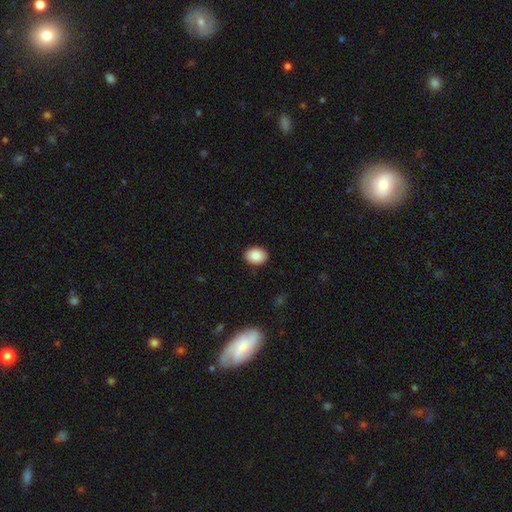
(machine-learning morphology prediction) A smooth galaxy with no disk features (88%) that is in between round and cigar-shaped (65%). Merging: none (90%).